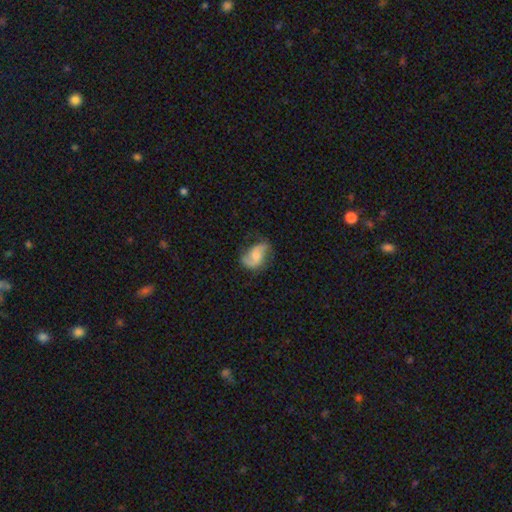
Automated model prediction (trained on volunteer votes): This appears to be a featured or disk galaxy (72%) with no bar (57%), 2 (85%) loose (49%) spiral arms (94%) and a moderate central bulge (40%). Merging: none (65%).